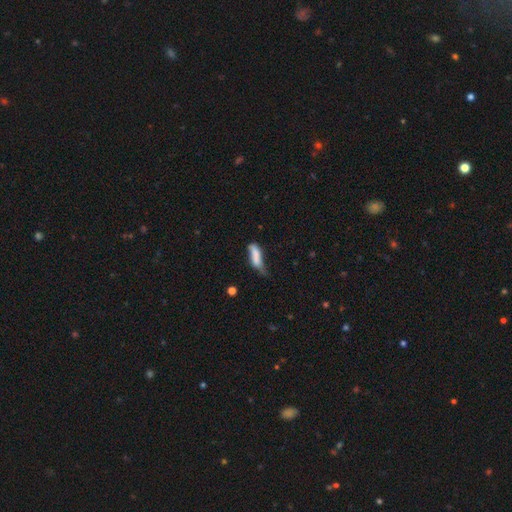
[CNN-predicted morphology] smooth_or_featured: smooth (p=0.72) [alt: featured or disk p=0.19]
how_rounded: in between (p=0.51) [alt: cigar-shaped p=0.46]
merging: minor disturbance (p=0.40) [alt: none p=0.28]